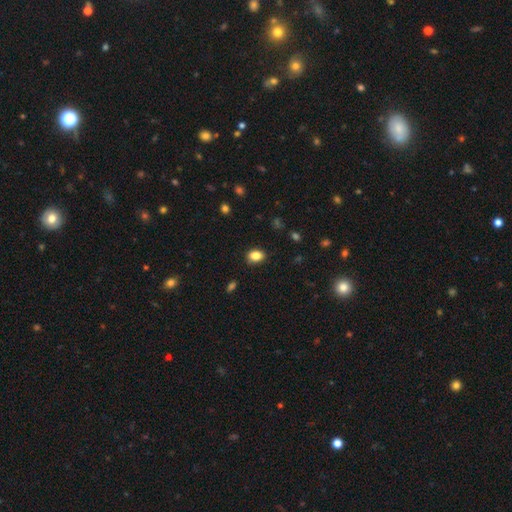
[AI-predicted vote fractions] This is clearly a smooth galaxy (85%). How rounded: likely in between (73%). Merging: clearly none (84%).